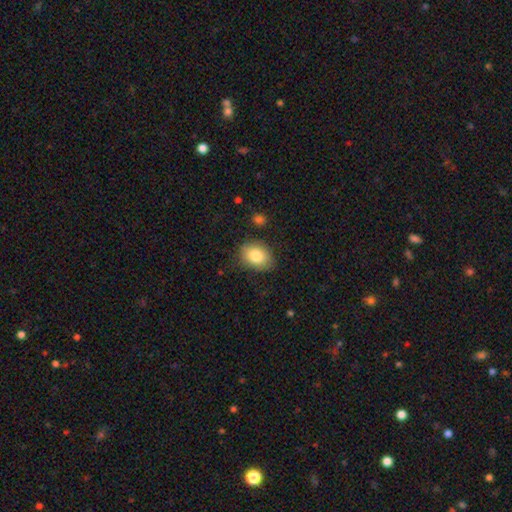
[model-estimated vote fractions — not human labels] This is clearly a smooth galaxy (83%). How rounded: likely in between (71%). Merging: clearly none (81%).